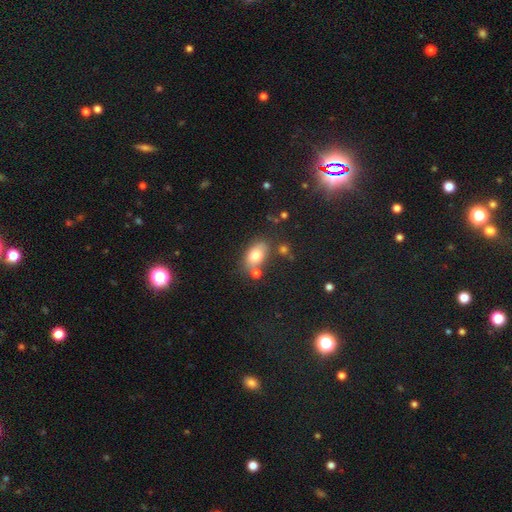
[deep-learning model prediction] Overall: smooth (77%). How rounded: in between (85%). Merging: none (63%).